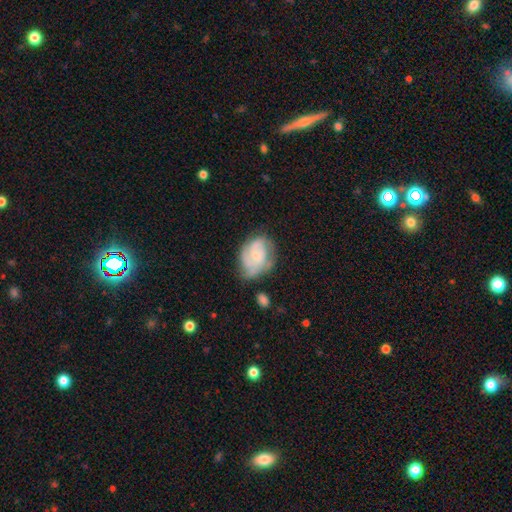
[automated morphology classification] smooth_or_featured: featured or disk (p=0.62) [alt: smooth p=0.31]
disk_edge_on: no (p=0.98) [alt: yes p=0.02]
bar: no (p=0.66) [alt: weak p=0.29]
has_spiral_arms: yes (p=0.83) [alt: no p=0.17]
spiral_winding: tight (p=0.50) [alt: medium p=0.37]
spiral_arm_count: can't tell (p=0.35) [alt: 2 p=0.33]
bulge_size: small (p=0.65) [alt: moderate p=0.24]
merging: none (p=0.51) [alt: minor disturbance p=0.30]